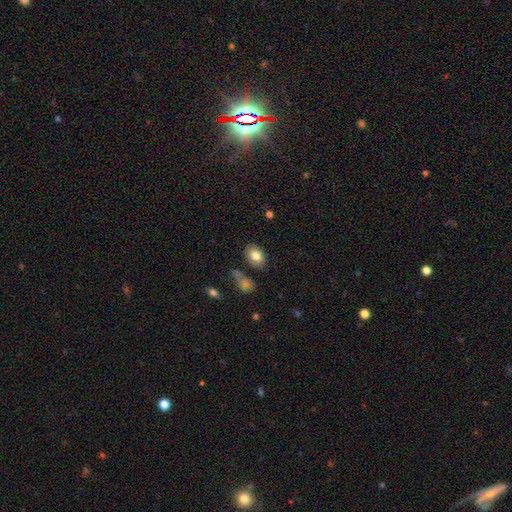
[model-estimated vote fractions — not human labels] Smooth or featured: smooth — 80% (featured or disk — 12%)
How rounded: in between — 80% (round — 19%)
Merging: none — 76% (minor disturbance — 14%)